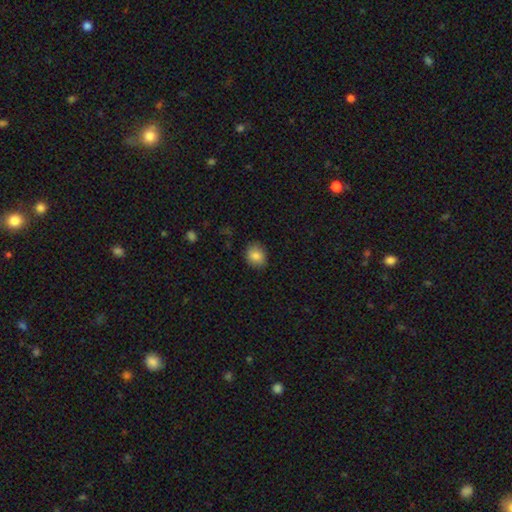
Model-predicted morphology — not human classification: Smooth or featured?
  - smooth: 84% *
  - star or artifact: 9%
  - featured or disk: 7%
How rounded?
  - round: 57% *
  - in between: 42%
  - cigar-shaped: 1%
Merging?
  - none: 85% *
  - minor disturbance: 11%
  - major disturbance: 3%
  - merger: 1%